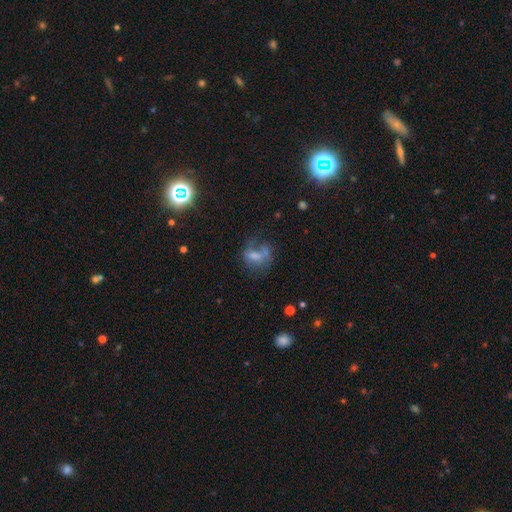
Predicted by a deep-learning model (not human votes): A smooth galaxy with no disk features (53%) that is in between round and cigar-shaped (66%).

Vote fractions:
- Smooth or featured? smooth: 53% / featured or disk: 33% / star or artifact: 15%
- How rounded? in between: 66% / round: 32% / cigar-shaped: 2%
- Merging? major disturbance: 30% / none: 29% / merger: 21% / minor disturbance: 19%